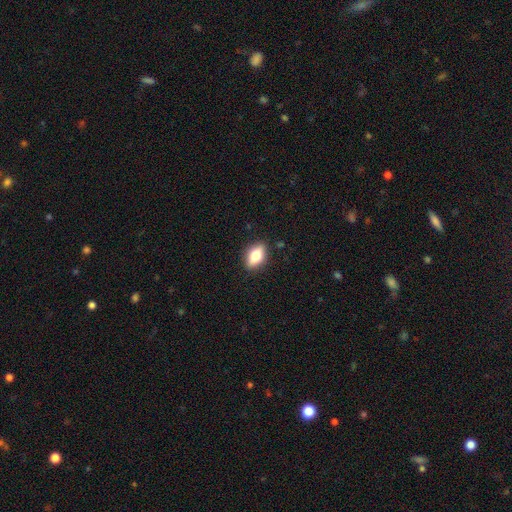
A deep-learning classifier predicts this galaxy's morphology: smooth-or-featured: smooth: 70% | featured or disk: 22% | star or artifact: 8%
  how-rounded: in between: 84% | round: 9% | cigar-shaped: 8%
  merging: none: 86% | minor disturbance: 10% | major disturbance: 2% | merger: 1%